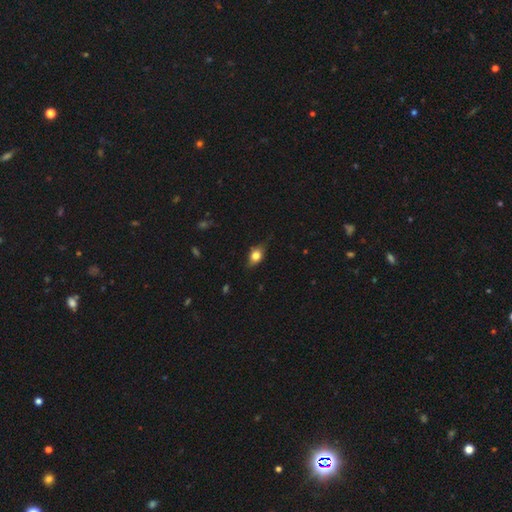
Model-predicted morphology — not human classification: Q: Smooth or featured?
A: smooth (70%); runner-up: featured or disk (21%)
Q: How rounded?
A: in between (71%); runner-up: round (23%)
Q: Merging?
A: none (71%); runner-up: minor disturbance (23%)